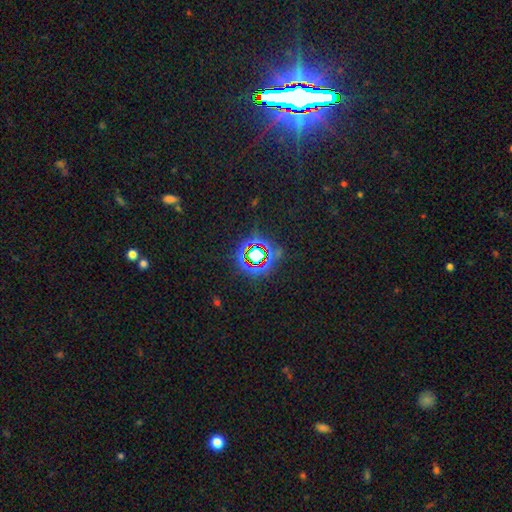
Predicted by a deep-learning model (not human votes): Q: Smooth or featured?
A: star or artifact (76%); runner-up: smooth (15%)